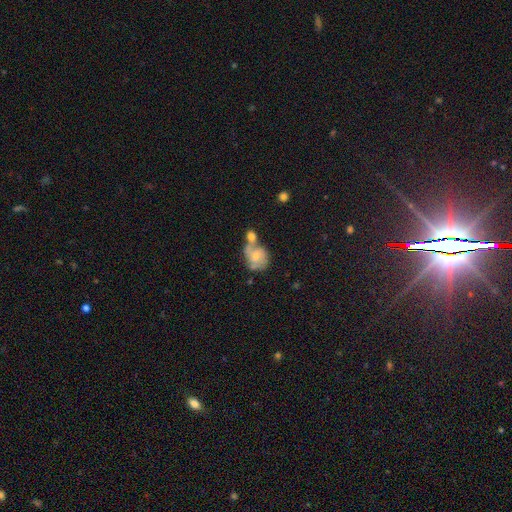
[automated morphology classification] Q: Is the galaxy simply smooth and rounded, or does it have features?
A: featured or disk — 49%.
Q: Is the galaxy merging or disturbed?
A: merger — 48%.